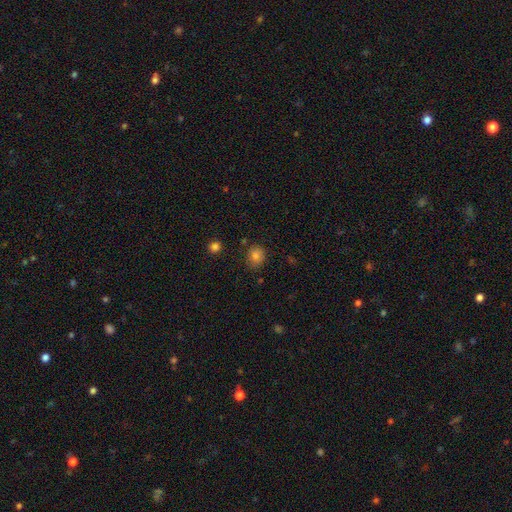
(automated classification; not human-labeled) This is clearly a smooth galaxy (81%). How rounded: likely round (75%). Merging: clearly none (80%).